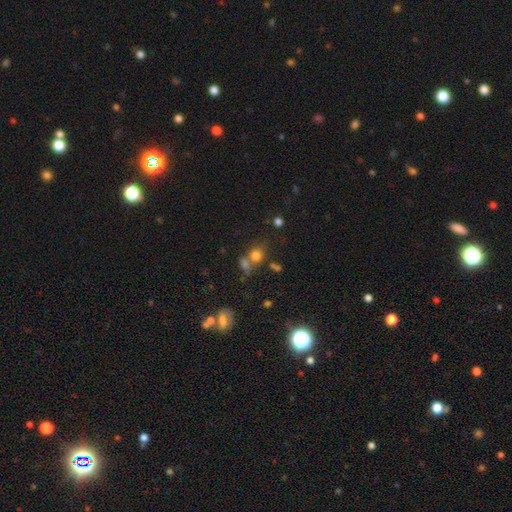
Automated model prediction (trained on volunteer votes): A smooth galaxy with no disk features (74%) that is round (73%). Merging: none (47%).